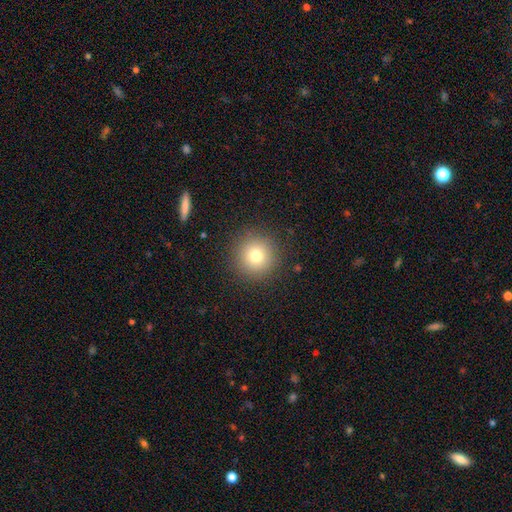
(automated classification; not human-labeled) Morphology: type=smooth (77%); roundness=round (95%); merging=none (90%).